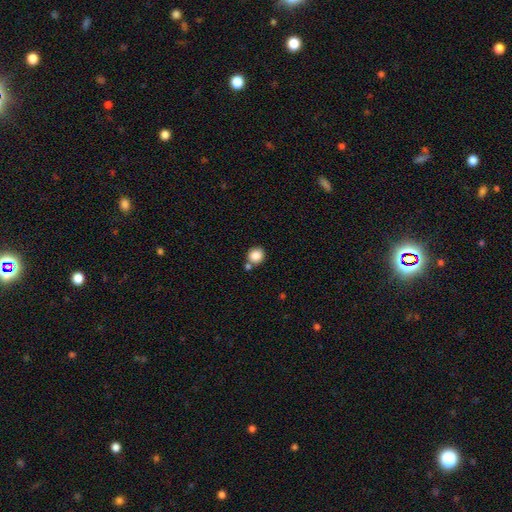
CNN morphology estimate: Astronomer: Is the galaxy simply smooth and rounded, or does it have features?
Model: smooth — 85%.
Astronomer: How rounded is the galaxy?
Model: round — 87%.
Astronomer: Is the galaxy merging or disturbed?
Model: none — 69%.